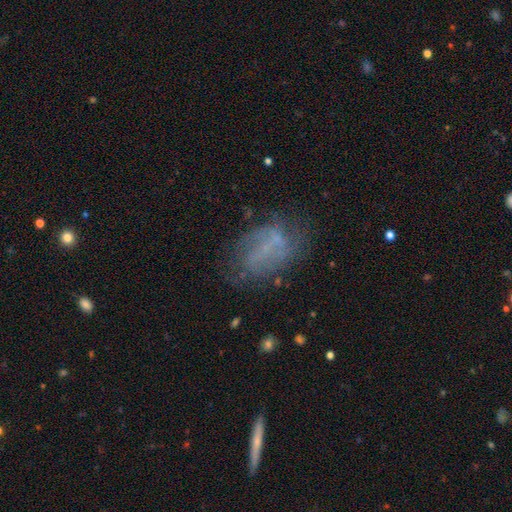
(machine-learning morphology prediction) Smooth or featured: featured or disk — 47% (smooth — 35%)
Merging: none — 58% (minor disturbance — 22%)